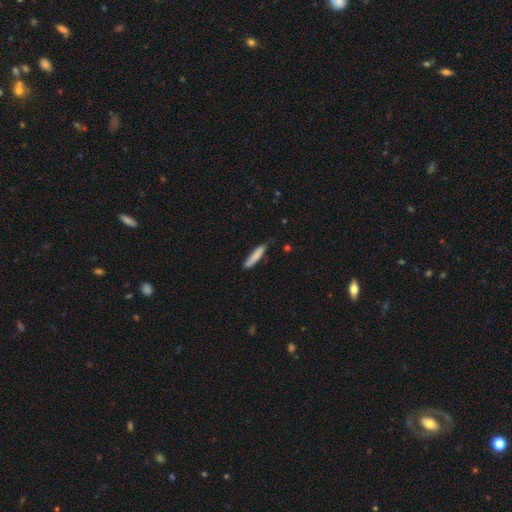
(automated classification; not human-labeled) Smooth or featured? smooth (82%)
How rounded? cigar-shaped (89%)
Merging? none (77%)